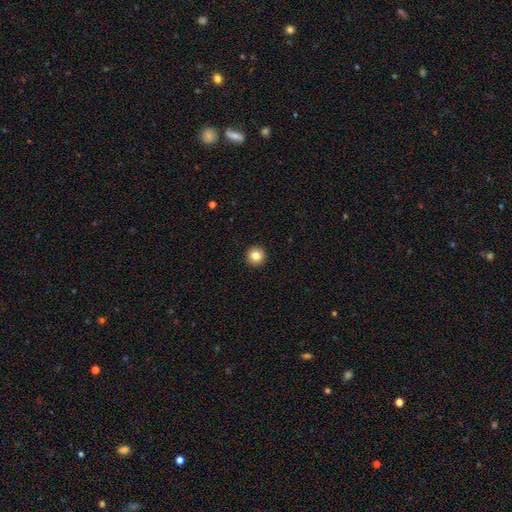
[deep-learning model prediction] A smooth galaxy with no disk features (83%) that is round (96%).

Vote fractions:
- Smooth or featured? smooth: 83% / star or artifact: 10% / featured or disk: 7%
- How rounded? round: 96% / in between: 3% / cigar-shaped: 1%
- Merging? none: 94% / minor disturbance: 4% / major disturbance: 1% / merger: 1%